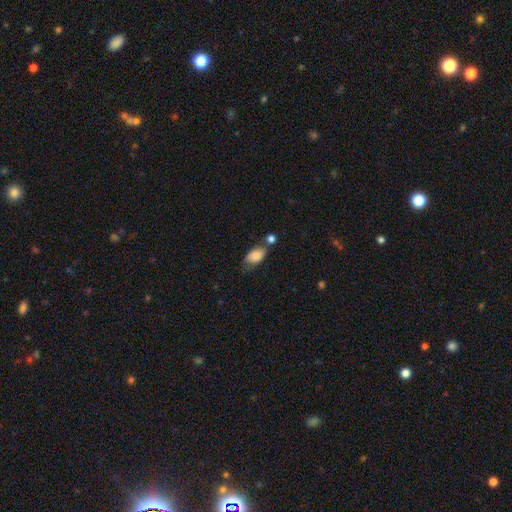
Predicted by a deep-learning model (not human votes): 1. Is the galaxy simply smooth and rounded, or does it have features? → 81% smooth, 11% featured or disk, 7% star or artifact.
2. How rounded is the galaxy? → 90% in between, 7% round, 3% cigar-shaped.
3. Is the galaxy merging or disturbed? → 46% none, 24% minor disturbance, 21% merger, 9% major disturbance.